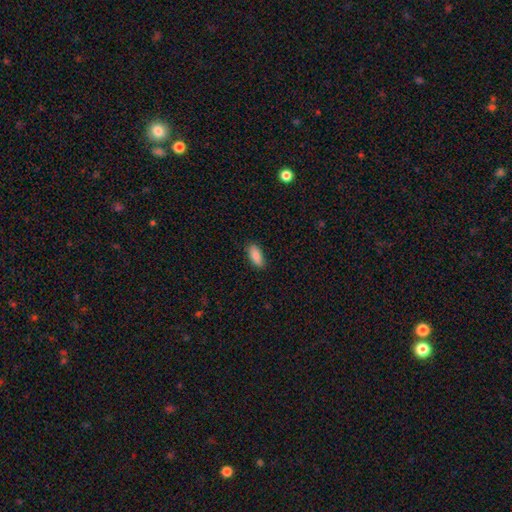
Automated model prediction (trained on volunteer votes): Q: Smooth or featured?
A: smooth (85%); runner-up: featured or disk (8%)
Q: How rounded?
A: in between (87%); runner-up: cigar-shaped (10%)
Q: Merging?
A: none (85%); runner-up: minor disturbance (12%)